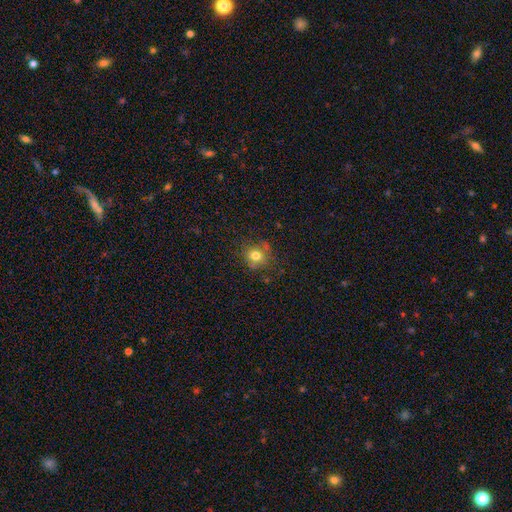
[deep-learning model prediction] Smooth or featured? smooth (76%)
How rounded? round (83%)
Merging? none (74%)